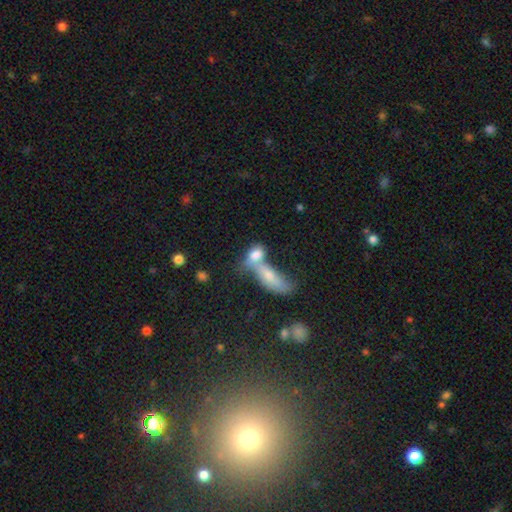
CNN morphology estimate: Smooth or featured: smooth — 73% (featured or disk — 17%)
How rounded: in between — 72% (cigar-shaped — 14%)
Merging: merger — 61% (none — 24%)